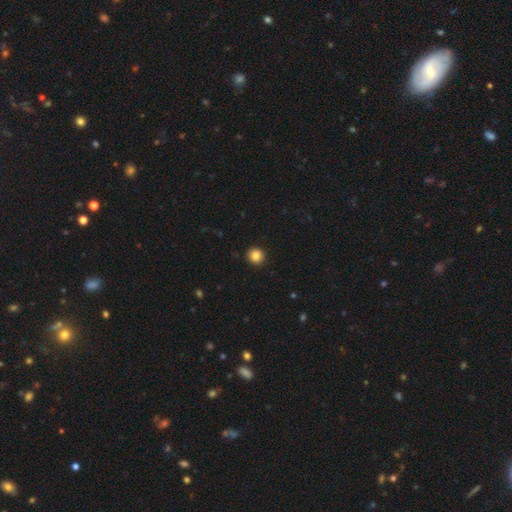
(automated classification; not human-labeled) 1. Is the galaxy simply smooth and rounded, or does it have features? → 85% smooth, 10% star or artifact, 4% featured or disk.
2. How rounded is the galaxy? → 94% round, 5% in between, 1% cigar-shaped.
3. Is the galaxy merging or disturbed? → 93% none, 4% minor disturbance, 1% major disturbance, 1% merger.